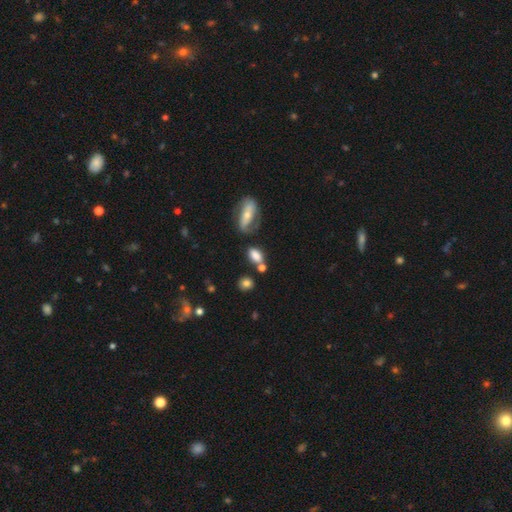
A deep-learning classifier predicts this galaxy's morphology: This is likely a smooth galaxy (77%). How rounded: clearly in between (80%). Merging: possibly none (55%).